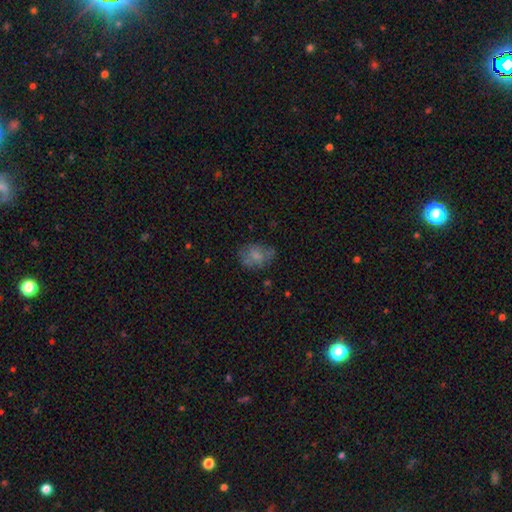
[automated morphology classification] A smooth galaxy with no disk features (65%) that is in between round and cigar-shaped (66%).

Vote fractions:
- Smooth or featured? smooth: 65% / featured or disk: 25% / star or artifact: 10%
- How rounded? in between: 66% / round: 33% / cigar-shaped: 1%
- Merging? none: 62% / minor disturbance: 24% / major disturbance: 12% / merger: 3%